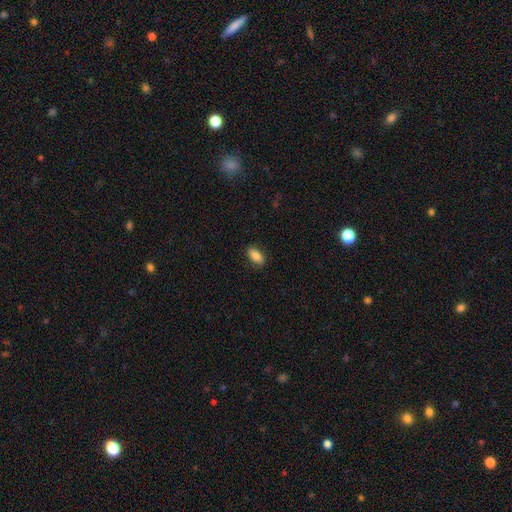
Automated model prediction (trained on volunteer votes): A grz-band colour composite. It shows a smooth galaxy with no disk features (82%) that is in between round and cigar-shaped (89%). Merging: none (86%).